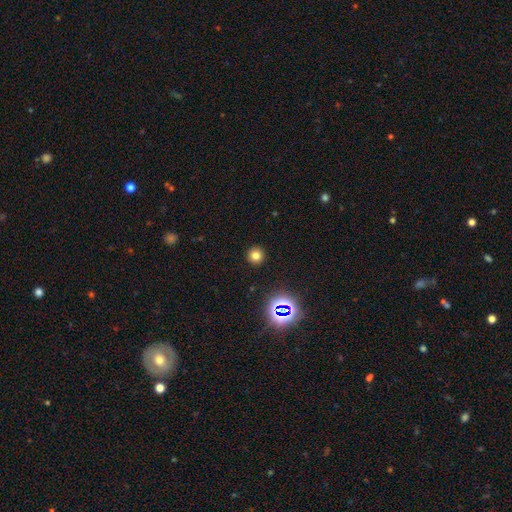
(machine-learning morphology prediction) smooth 74%, star or artifact 19%, featured or disk 6%. Down the decision tree: how rounded — round (95%); merging — none (92%).